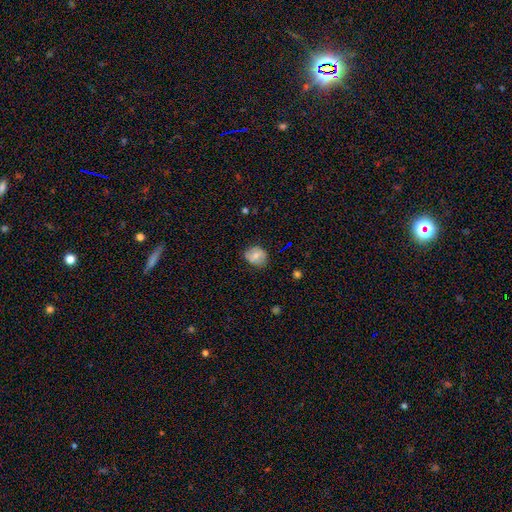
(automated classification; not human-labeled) This is likely a smooth galaxy (62%). How rounded: likely round (63%). Merging: likely none (71%).